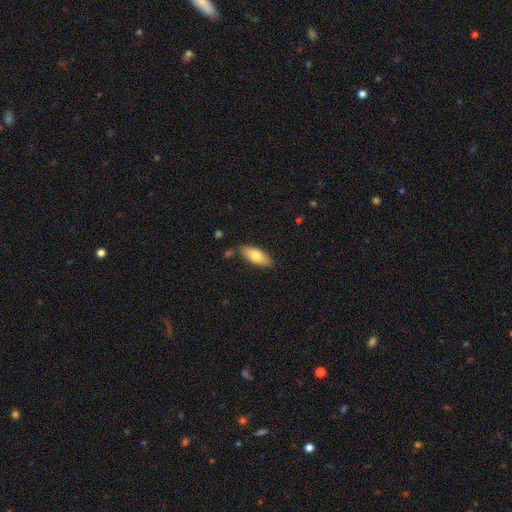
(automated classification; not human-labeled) Smooth or featured: smooth — 78% (featured or disk — 16%)
How rounded: in between — 79% (cigar-shaped — 19%)
Merging: none — 79% (minor disturbance — 15%)